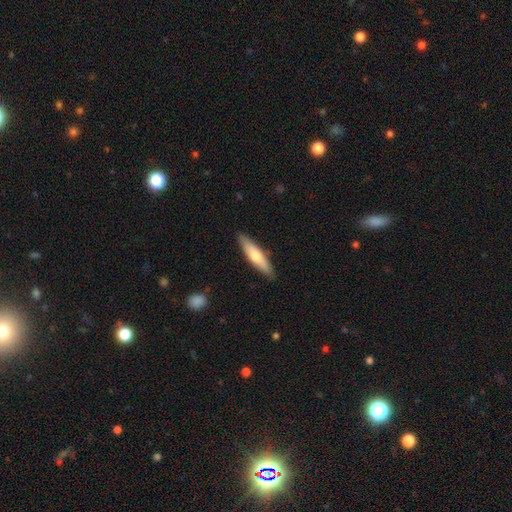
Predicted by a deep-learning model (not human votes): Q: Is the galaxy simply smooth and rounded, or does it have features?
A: smooth — 61%.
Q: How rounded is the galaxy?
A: cigar-shaped — 75%.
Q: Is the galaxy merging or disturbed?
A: none — 87%.